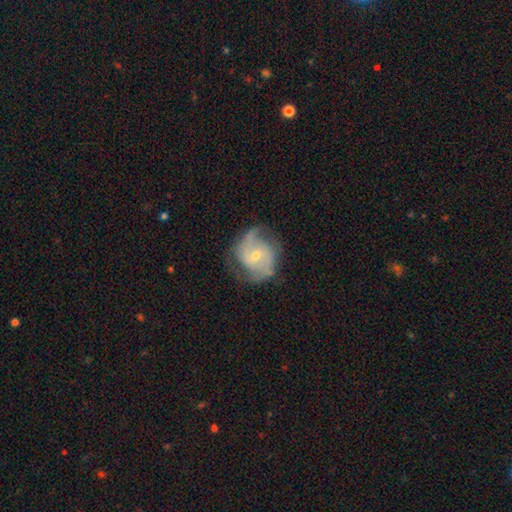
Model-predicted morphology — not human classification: A featured or disk galaxy (80%) with no bar (53%), 2 (71%) medium (47%) spiral arms (93%) and a small central bulge (54%).

Vote fractions:
- Smooth or featured? featured or disk: 80% / smooth: 14% / star or artifact: 6%
- Edge-on disk? no: 97% / yes: 3%
- Bar? no: 53% / weak: 38% / strong: 9%
- Spiral arms? yes: 93% / no: 7%
- Spiral winding? medium: 47% / tight: 30% / loose: 23%
- Spiral arm count? 2: 71% / can't tell: 13% / 3: 8% / 1: 4% / 4: 2% / more than 4: 2%
- Bulge size? small: 54% / moderate: 42% / large: 2% / none: 1% / dominant: 1%
- Merging? none: 65% / minor disturbance: 22% / major disturbance: 12% / merger: 1%